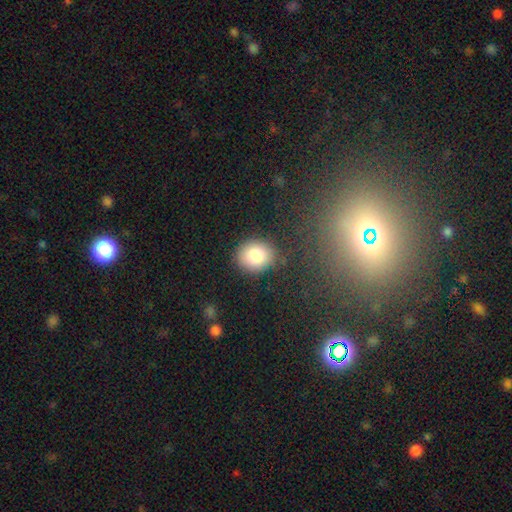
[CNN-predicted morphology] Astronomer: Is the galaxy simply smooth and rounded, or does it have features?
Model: smooth — 84%.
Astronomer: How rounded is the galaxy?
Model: round — 70%.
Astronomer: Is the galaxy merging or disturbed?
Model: none — 86%.